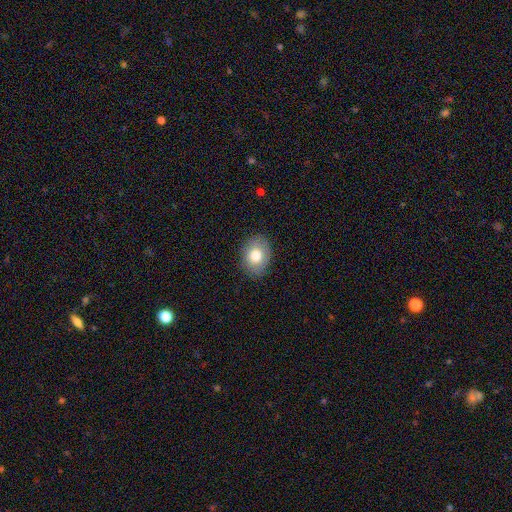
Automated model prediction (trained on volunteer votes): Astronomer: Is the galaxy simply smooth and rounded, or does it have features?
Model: smooth — 75%.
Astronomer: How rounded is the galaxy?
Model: in between — 73%.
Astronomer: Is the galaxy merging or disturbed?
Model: none — 83%.